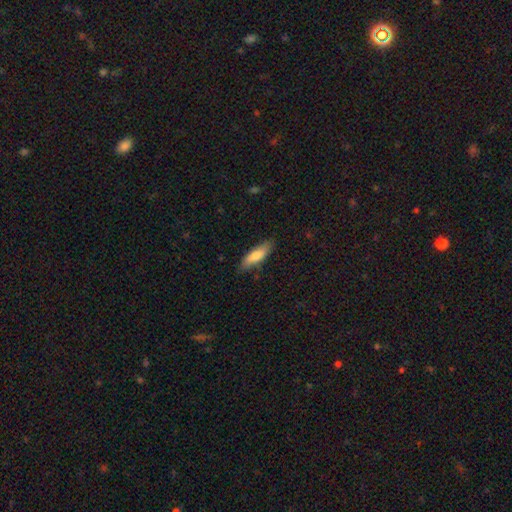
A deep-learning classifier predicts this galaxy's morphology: Smooth or featured? Predicted: smooth (p=0.74). How rounded? Predicted: cigar-shaped (p=0.51). Merging? Predicted: none (p=0.80).